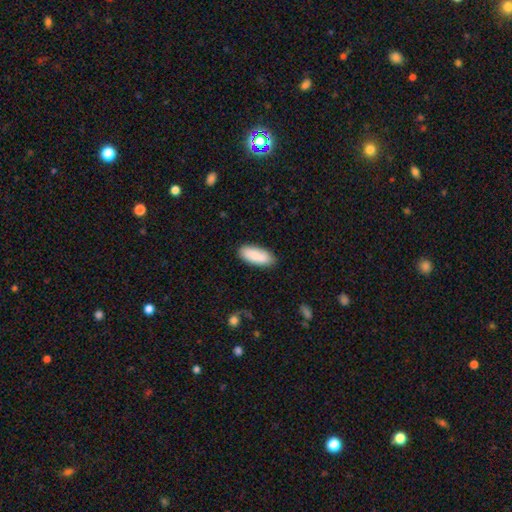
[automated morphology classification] Q: Smooth or featured?
A: smooth (88%); runner-up: featured or disk (6%)
Q: How rounded?
A: in between (81%); runner-up: cigar-shaped (17%)
Q: Merging?
A: none (85%); runner-up: minor disturbance (11%)